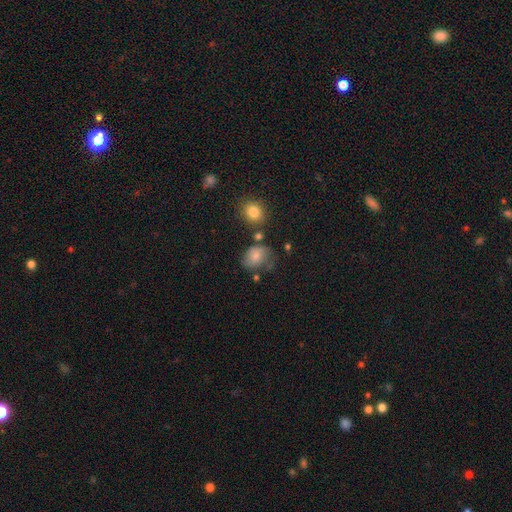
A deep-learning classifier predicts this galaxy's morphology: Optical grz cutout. It shows a smooth galaxy with no disk features (70%) that is in between round and cigar-shaped (58%). Merging: none (48%).